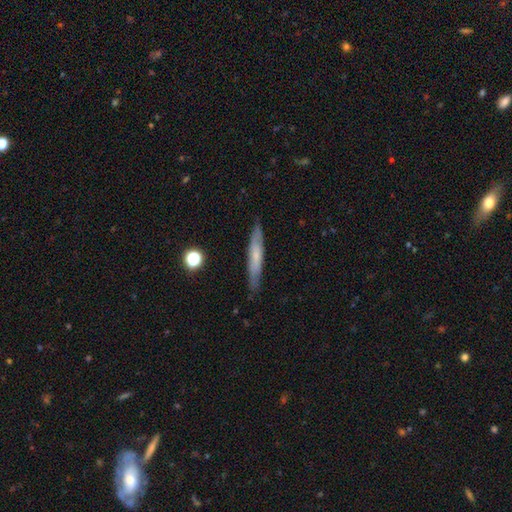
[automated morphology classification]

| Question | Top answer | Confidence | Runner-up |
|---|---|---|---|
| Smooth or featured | smooth | 48% | featured or disk (45%) |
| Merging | none | 84% | minor disturbance (13%) |